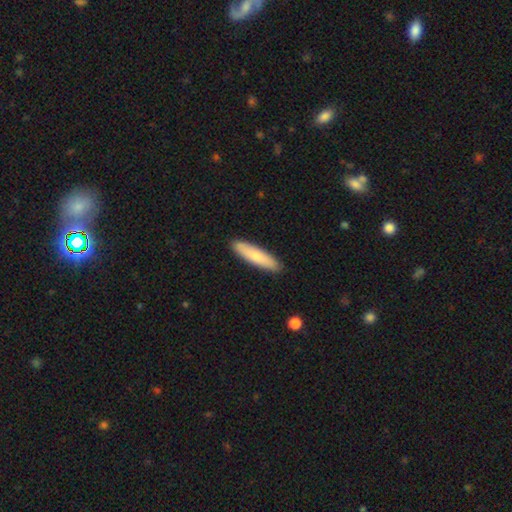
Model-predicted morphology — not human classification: Smooth or featured? Predicted: smooth (p=0.74). How rounded? Predicted: cigar-shaped (p=0.78). Merging? Predicted: none (p=0.90).